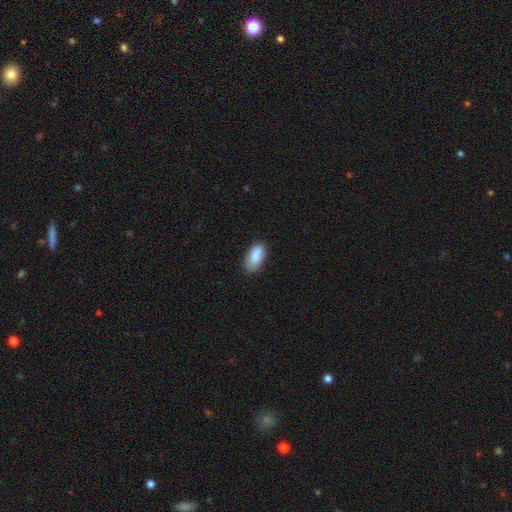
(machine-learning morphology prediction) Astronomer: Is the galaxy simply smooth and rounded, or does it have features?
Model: smooth — 89%.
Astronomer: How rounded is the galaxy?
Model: in between — 92%.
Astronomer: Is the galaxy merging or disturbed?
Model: none — 79%.